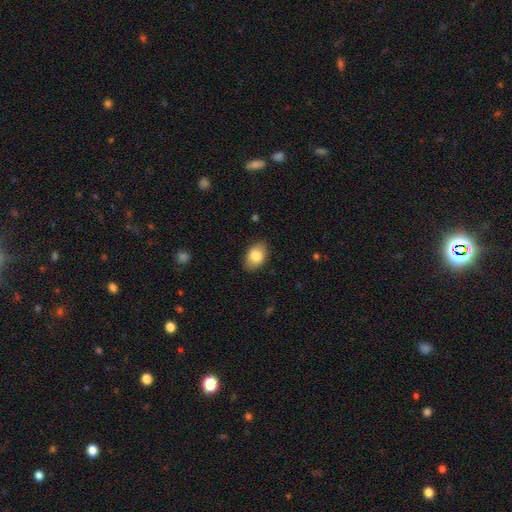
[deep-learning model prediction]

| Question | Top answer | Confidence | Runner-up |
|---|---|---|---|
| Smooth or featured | smooth | 84% | featured or disk (9%) |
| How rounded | in between | 86% | round (12%) |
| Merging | none | 84% | minor disturbance (12%) |